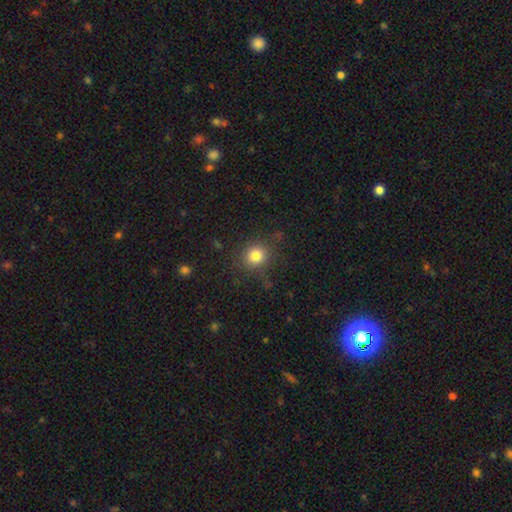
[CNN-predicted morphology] Smooth or featured: smooth — 82% (star or artifact — 12%)
How rounded: round — 86% (in between — 13%)
Merging: none — 81% (minor disturbance — 12%)